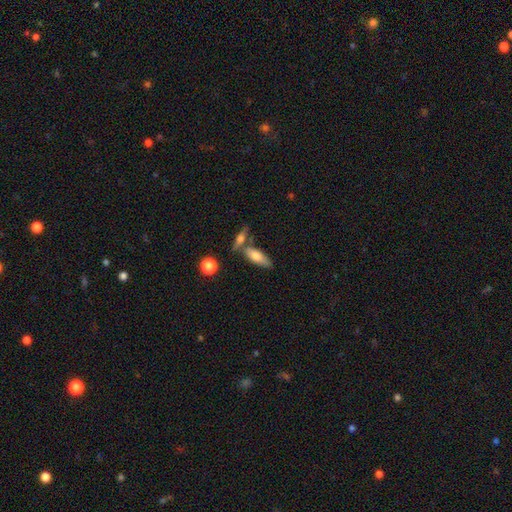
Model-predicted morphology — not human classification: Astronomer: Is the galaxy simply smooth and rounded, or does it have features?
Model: smooth — 71%.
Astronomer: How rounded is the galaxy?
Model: in between — 68%.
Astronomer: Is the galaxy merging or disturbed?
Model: none — 55%.